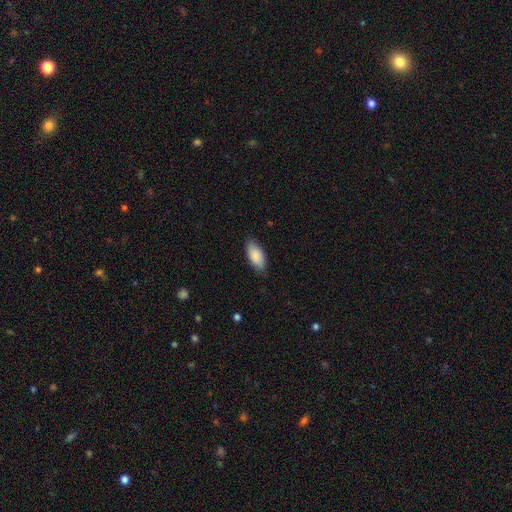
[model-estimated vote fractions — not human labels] A smooth galaxy with no disk features (87%) that is in between round and cigar-shaped (90%). Merging: none (81%).